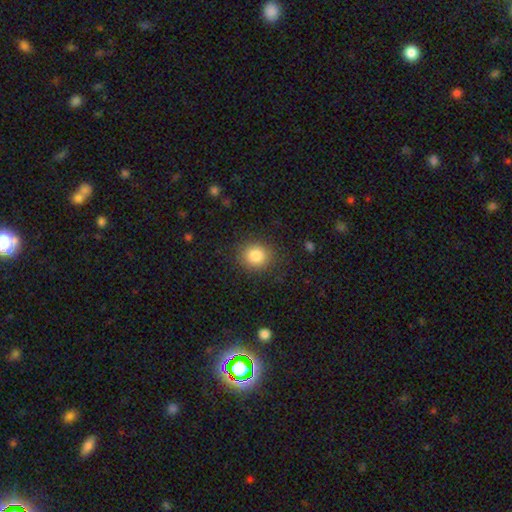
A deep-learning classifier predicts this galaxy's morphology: This is clearly a smooth galaxy (85%). How rounded: clearly round (81%). Merging: clearly none (87%).